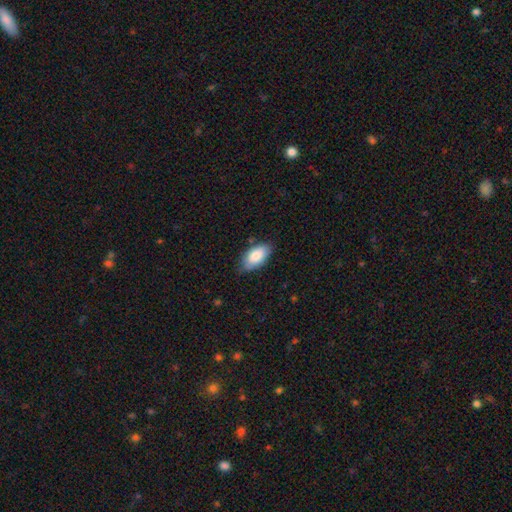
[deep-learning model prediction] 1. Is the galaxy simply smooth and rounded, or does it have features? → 82% smooth, 12% featured or disk, 6% star or artifact.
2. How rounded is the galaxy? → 94% in between, 3% round, 3% cigar-shaped.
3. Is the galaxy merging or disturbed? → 71% none, 24% minor disturbance, 4% major disturbance, 2% merger.